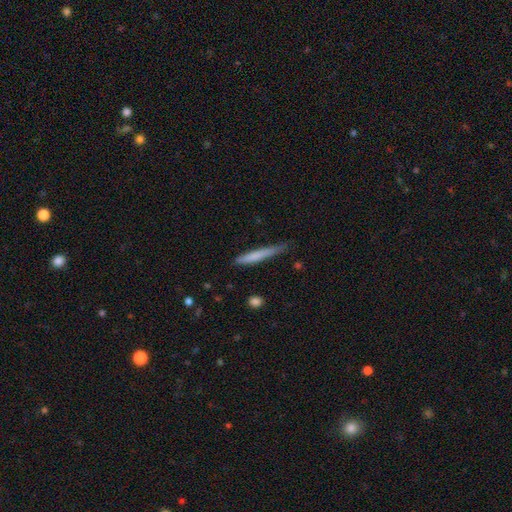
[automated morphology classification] This appears to be a smooth galaxy with no disk features (70%) that is cigar-shaped (95%). Merging: none (70%).